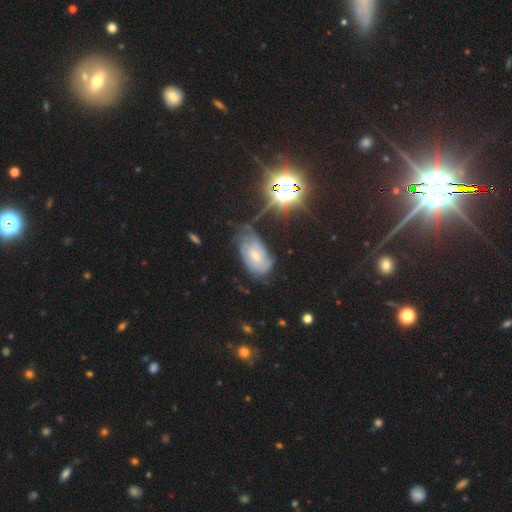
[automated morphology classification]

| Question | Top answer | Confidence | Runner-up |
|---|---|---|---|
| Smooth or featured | featured or disk | 53% | smooth (31%) |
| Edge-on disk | no | 94% | yes (6%) |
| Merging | none | 54% | minor disturbance (30%) |